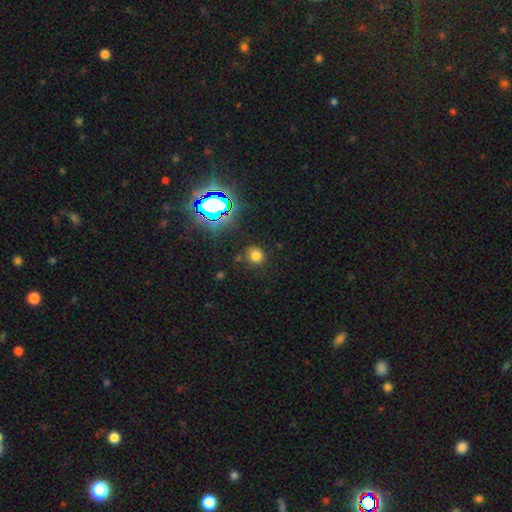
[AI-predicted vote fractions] A smooth galaxy with no disk features (71%) that is round (88%).

Vote fractions:
- Smooth or featured? smooth: 71% / star or artifact: 23% / featured or disk: 6%
- How rounded? round: 88% / in between: 11% / cigar-shaped: 1%
- Merging? none: 83% / minor disturbance: 10% / merger: 4% / major disturbance: 4%